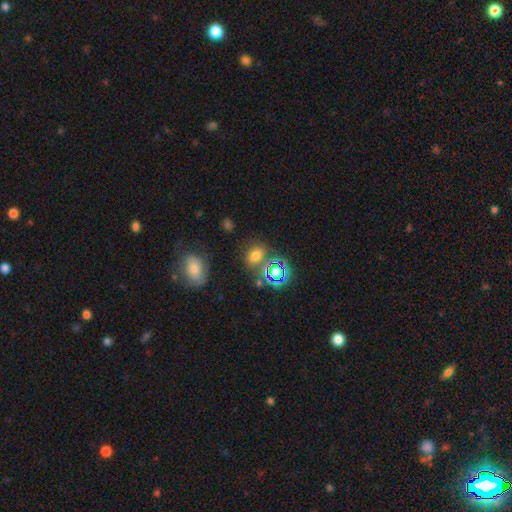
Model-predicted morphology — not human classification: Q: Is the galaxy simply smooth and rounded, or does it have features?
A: smooth — 64%.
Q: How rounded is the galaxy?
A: in between — 58%.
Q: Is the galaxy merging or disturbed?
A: none — 68%.